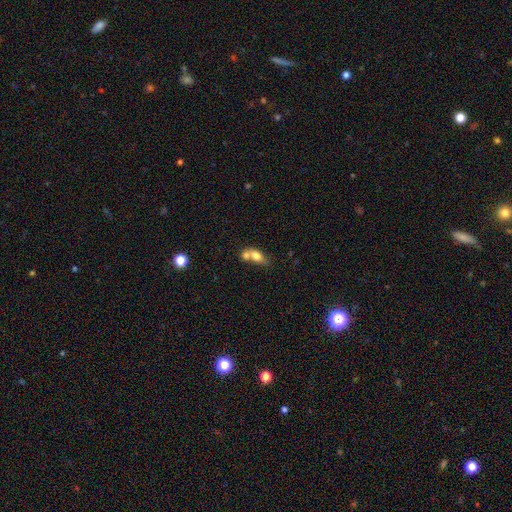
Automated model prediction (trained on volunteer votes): Q: Smooth or featured?
A: smooth (72%); runner-up: featured or disk (20%)
Q: How rounded?
A: in between (69%); runner-up: round (25%)
Q: Merging?
A: merger (64%); runner-up: none (23%)